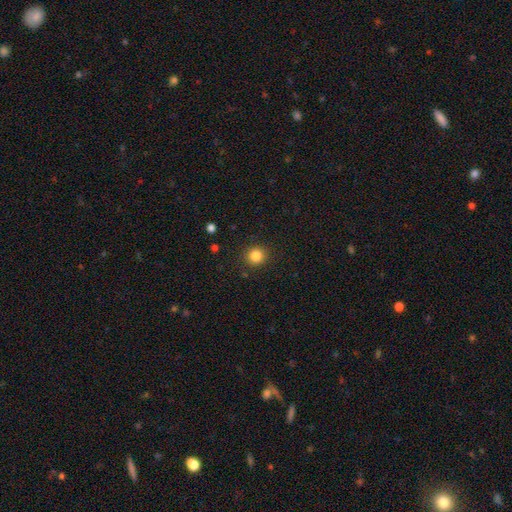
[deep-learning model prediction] smooth_or_featured: smooth (p=0.85) [alt: star or artifact p=0.11]
how_rounded: round (p=0.91) [alt: in between p=0.08]
merging: none (p=0.90) [alt: minor disturbance p=0.07]